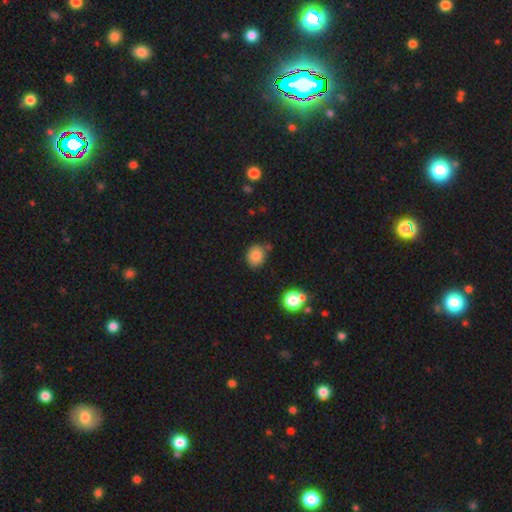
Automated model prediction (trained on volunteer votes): Smooth or featured?
  - smooth: 83% *
  - star or artifact: 11%
  - featured or disk: 6%
How rounded?
  - round: 64% *
  - in between: 35%
  - cigar-shaped: 1%
Merging?
  - none: 76% *
  - minor disturbance: 16%
  - merger: 5%
  - major disturbance: 3%